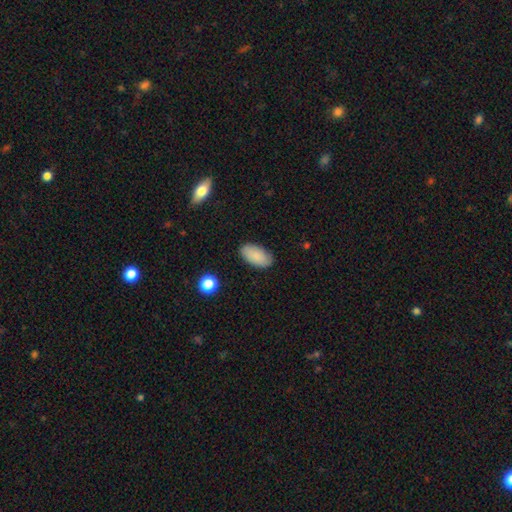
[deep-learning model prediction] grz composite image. It shows a smooth galaxy with no disk features (87%) that is in between round and cigar-shaped (94%). Merging: none (86%).